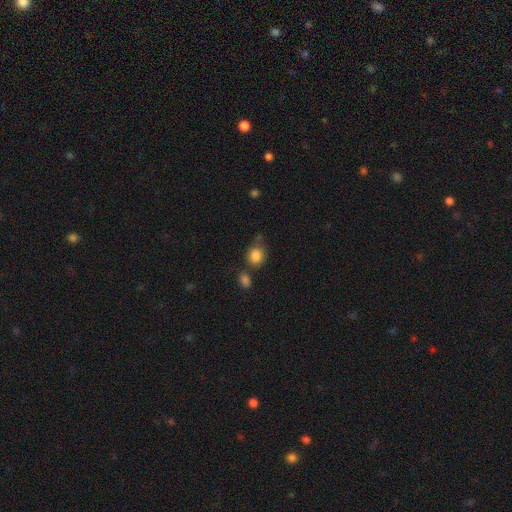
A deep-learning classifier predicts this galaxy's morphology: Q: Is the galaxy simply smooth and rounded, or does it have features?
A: smooth — 85%.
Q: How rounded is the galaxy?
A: round — 67%.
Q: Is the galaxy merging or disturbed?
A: none — 59%.